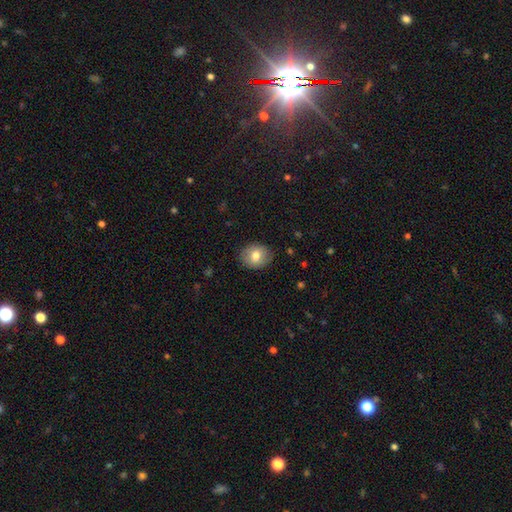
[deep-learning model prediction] Smooth or featured? smooth (75%)
How rounded? round (54%)
Merging? none (85%)